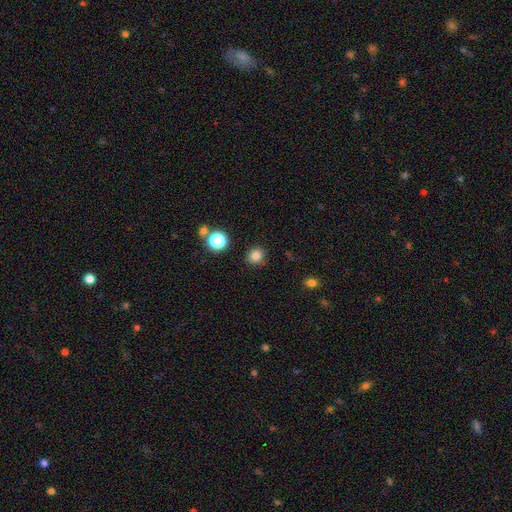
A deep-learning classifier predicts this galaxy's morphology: type=smooth (82%); roundness=round (82%); merging=none (88%).